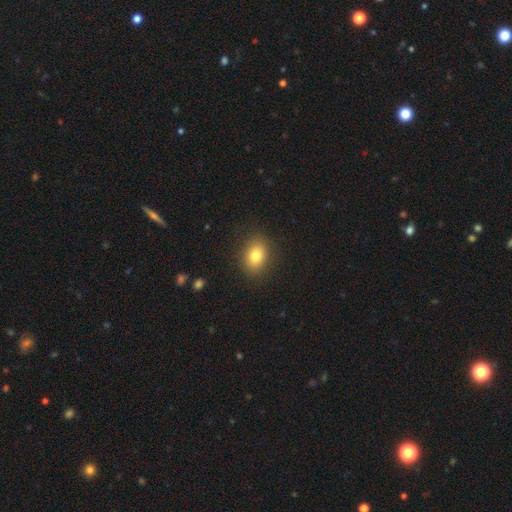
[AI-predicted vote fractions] smooth-or-featured: smooth: 80% | star or artifact: 10% | featured or disk: 9%
  how-rounded: in between: 63% | round: 35% | cigar-shaped: 1%
  merging: none: 87% | minor disturbance: 9% | major disturbance: 3% | merger: 1%